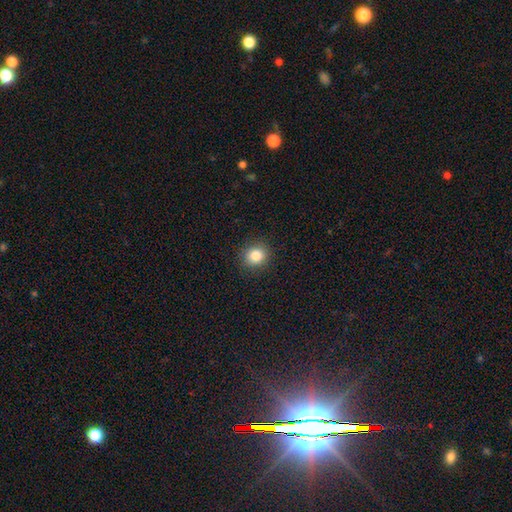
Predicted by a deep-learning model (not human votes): Smooth or featured: smooth — 82% (star or artifact — 11%)
How rounded: round — 83% (in between — 16%)
Merging: none — 90% (minor disturbance — 7%)